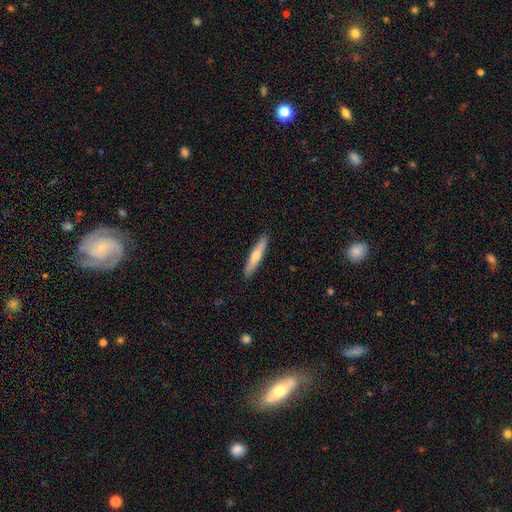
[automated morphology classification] type=smooth (53%); roundness=cigar-shaped (89%); merging=none (90%).